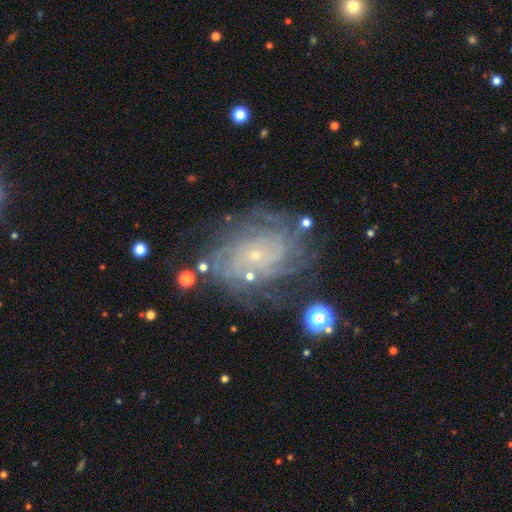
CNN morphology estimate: This is clearly a featured or disk galaxy (83%). It is clearly not viewed edge-on (97%). Bar: likely no (78%). Spiral arm pattern: clearly yes (94%). Spiral arm count: marginally can't tell (35%). Spiral winding: likely tight (73%). Central bulge: clearly small (88%). Merging: likely none (73%).